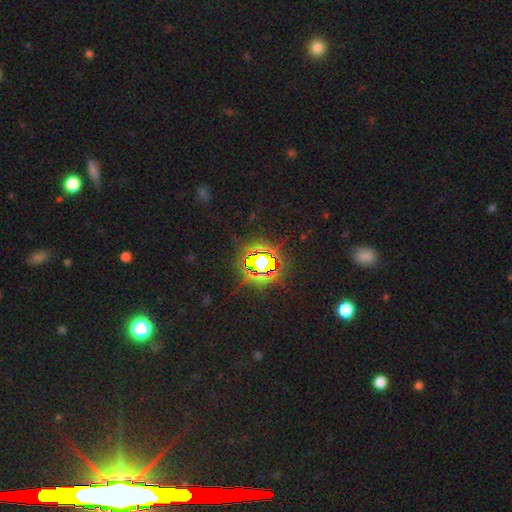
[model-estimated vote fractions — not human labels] Smooth or featured?
  - star or artifact: 79% *
  - smooth: 12%
  - featured or disk: 9%